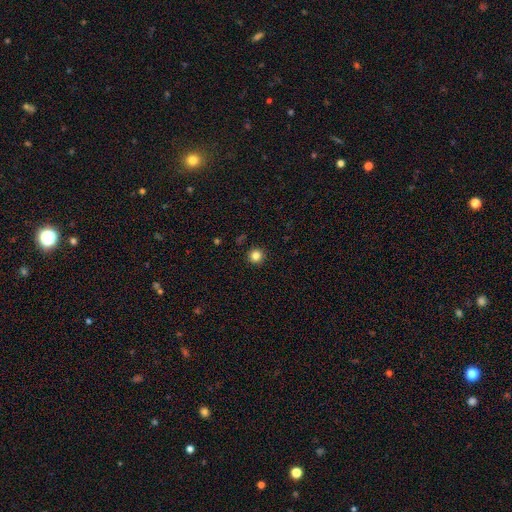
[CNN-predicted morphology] Smooth or featured?
  - smooth: 84% *
  - star or artifact: 12%
  - featured or disk: 4%
How rounded?
  - round: 95% *
  - in between: 4%
  - cigar-shaped: 1%
Merging?
  - none: 92% *
  - minor disturbance: 5%
  - major disturbance: 2%
  - merger: 1%